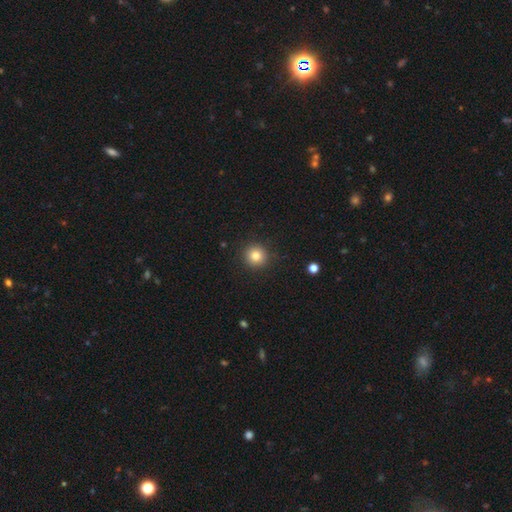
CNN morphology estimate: This appears to be a smooth galaxy with no disk features (82%) that is round (95%). Merging: none (91%).